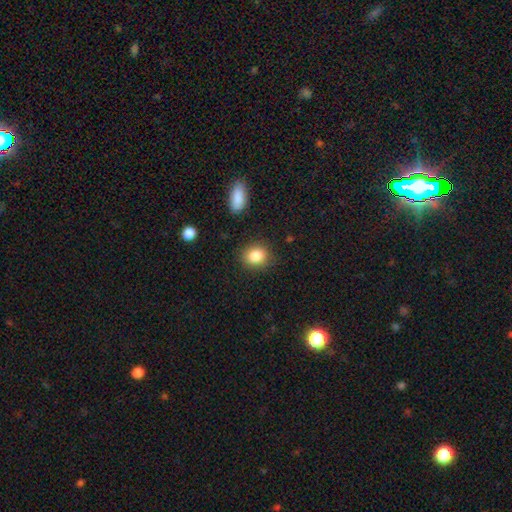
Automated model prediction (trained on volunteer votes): Overall: smooth (86%). How rounded: round (62%; in between 36%). Merging: none (85%).